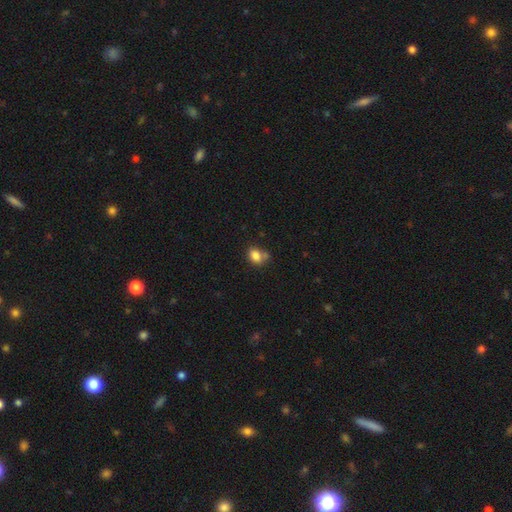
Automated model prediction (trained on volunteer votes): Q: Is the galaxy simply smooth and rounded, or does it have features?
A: smooth — 82%.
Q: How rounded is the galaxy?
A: in between — 68%.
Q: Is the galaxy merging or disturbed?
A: none — 52%.